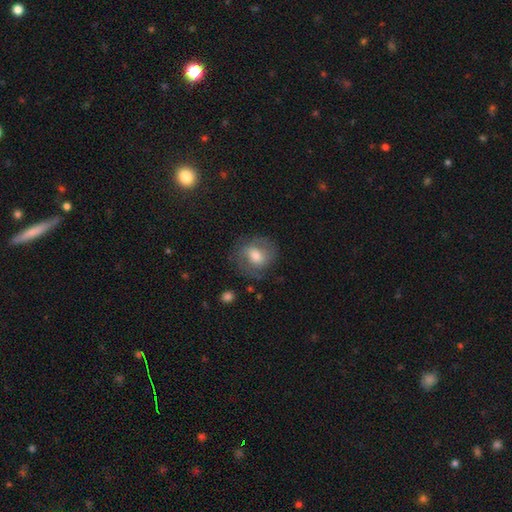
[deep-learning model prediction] Smooth or featured? smooth (47%)
Merging? none (70%)